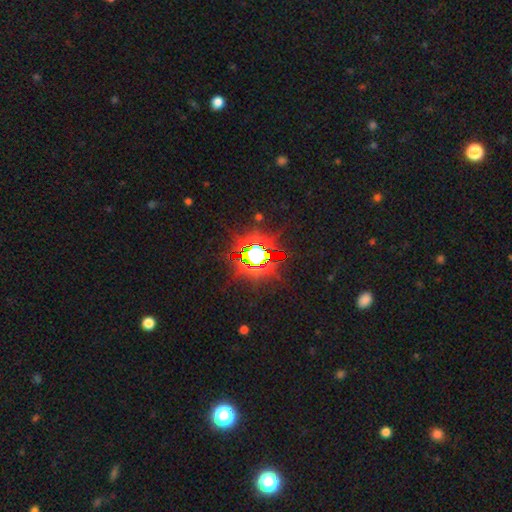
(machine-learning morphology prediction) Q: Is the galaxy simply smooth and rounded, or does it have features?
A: star or artifact — 79%.